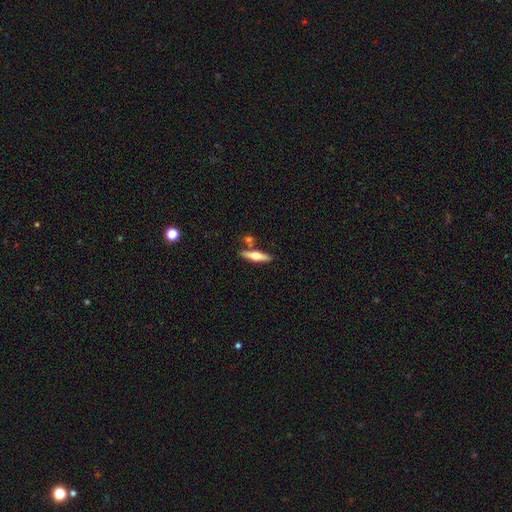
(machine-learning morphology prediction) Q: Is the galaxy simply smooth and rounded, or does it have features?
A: featured or disk — 52%.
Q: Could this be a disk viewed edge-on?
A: yes — 94%.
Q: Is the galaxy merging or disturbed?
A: none — 75%.